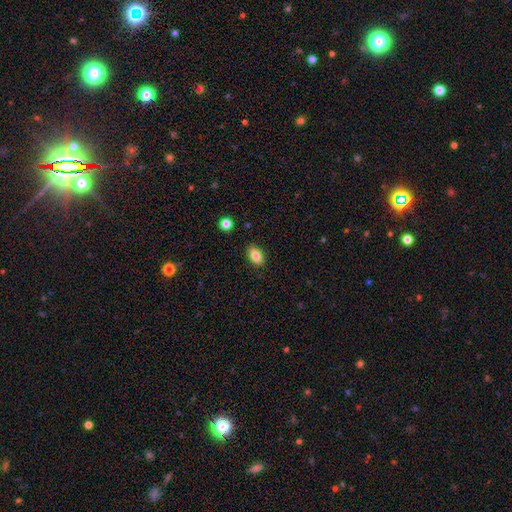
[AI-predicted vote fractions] Smooth or featured?
  - smooth: 83% *
  - star or artifact: 9%
  - featured or disk: 8%
How rounded?
  - in between: 87% *
  - round: 11%
  - cigar-shaped: 2%
Merging?
  - none: 88% *
  - minor disturbance: 9%
  - major disturbance: 2%
  - merger: 1%